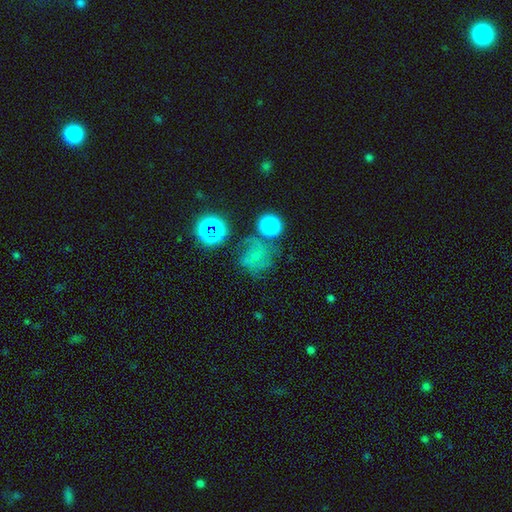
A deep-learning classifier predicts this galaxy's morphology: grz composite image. It shows a smooth galaxy with no disk features (40%). Merging: none (56%).